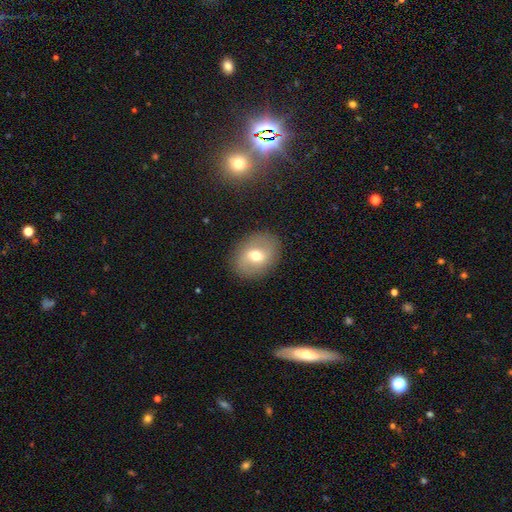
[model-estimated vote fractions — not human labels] This appears to be a smooth galaxy with no disk features (52%) that is round (52%). Merging: none (87%).